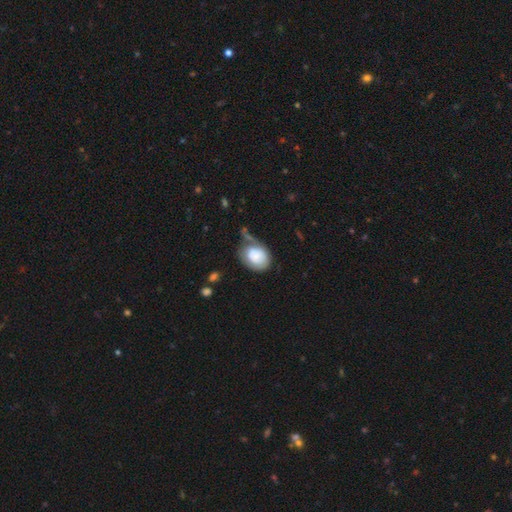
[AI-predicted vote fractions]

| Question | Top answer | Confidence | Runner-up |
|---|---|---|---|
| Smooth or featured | smooth | 73% | featured or disk (19%) |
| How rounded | in between | 61% | round (38%) |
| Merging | none | 39% | minor disturbance (32%) |